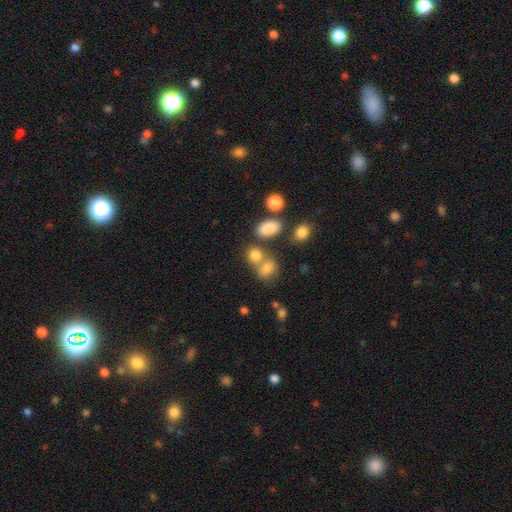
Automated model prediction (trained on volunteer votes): A smooth galaxy with no disk features (79%) that is in between round and cigar-shaped (50%). Merging: none (48%).